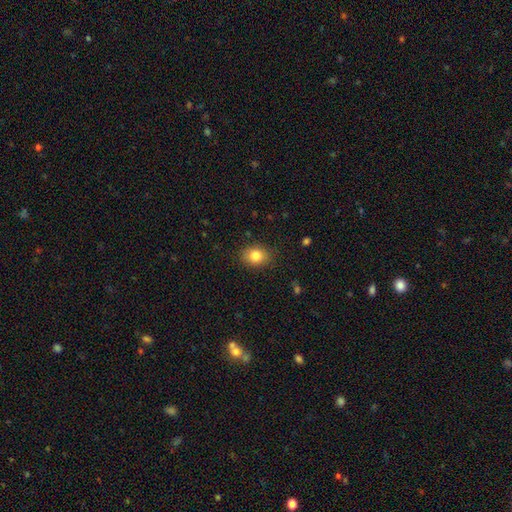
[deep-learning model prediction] A smooth galaxy with no disk features (82%) that is in between round and cigar-shaped (57%).

Vote fractions:
- Smooth or featured? smooth: 82% / star or artifact: 10% / featured or disk: 8%
- How rounded? in between: 57% / round: 42% / cigar-shaped: 1%
- Merging? none: 86% / minor disturbance: 10% / major disturbance: 3% / merger: 1%